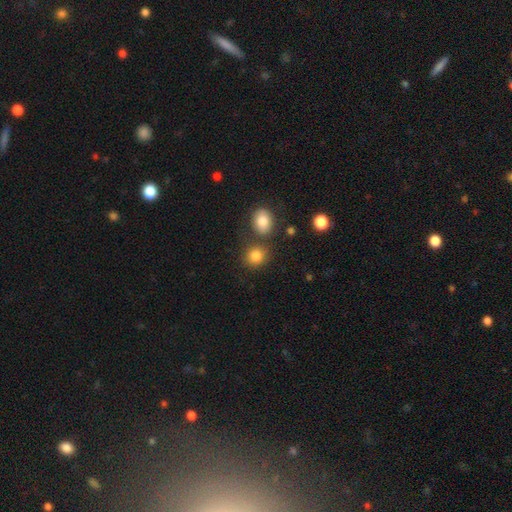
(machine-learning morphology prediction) This is clearly a smooth galaxy (83%). How rounded: likely round (74%). Merging: likely none (70%).